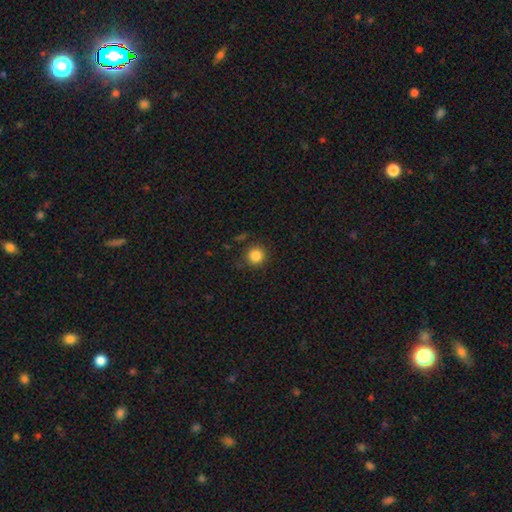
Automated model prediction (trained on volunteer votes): The model was most divided on "smooth or featured": smooth: 85%, star or artifact: 11%, featured or disk: 4%. More confident: how rounded — round (94%); merging — none (88%).